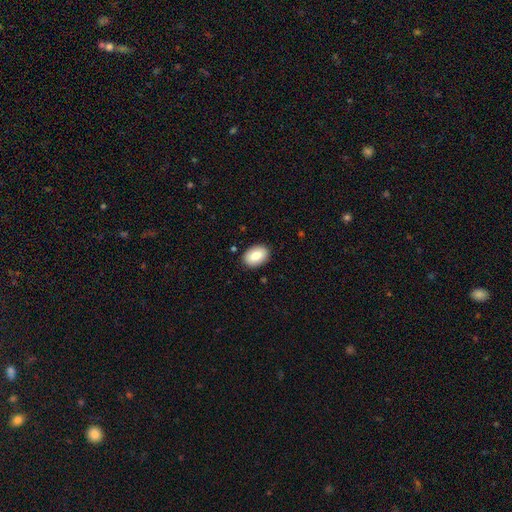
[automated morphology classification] Smooth or featured: smooth — 84% (featured or disk — 9%)
How rounded: in between — 84% (round — 15%)
Merging: none — 89% (minor disturbance — 8%)